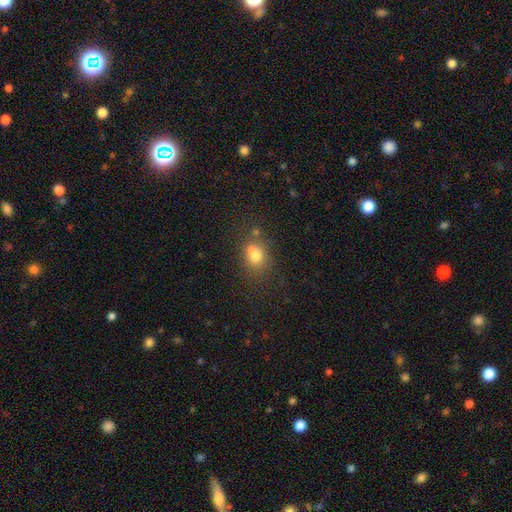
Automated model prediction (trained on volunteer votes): The model was most divided on "merging": none: 42%, merger: 41%, minor disturbance: 12%, major disturbance: 6%. More confident: smooth or featured — smooth (70%); how rounded — round (60%).